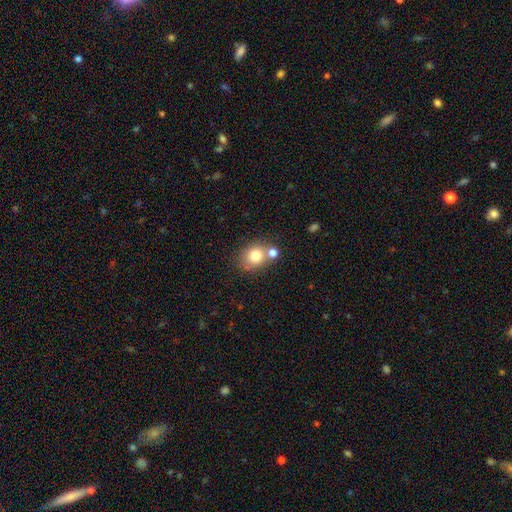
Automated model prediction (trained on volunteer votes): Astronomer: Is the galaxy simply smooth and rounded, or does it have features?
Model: smooth — 76%.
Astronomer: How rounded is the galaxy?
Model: round — 66%.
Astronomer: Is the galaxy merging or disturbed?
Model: none — 55%.